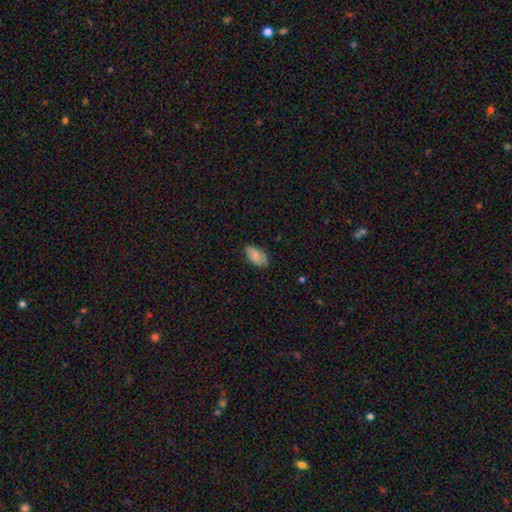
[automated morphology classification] This is clearly a smooth galaxy (82%). How rounded: clearly in between (94%). Merging: likely none (75%).